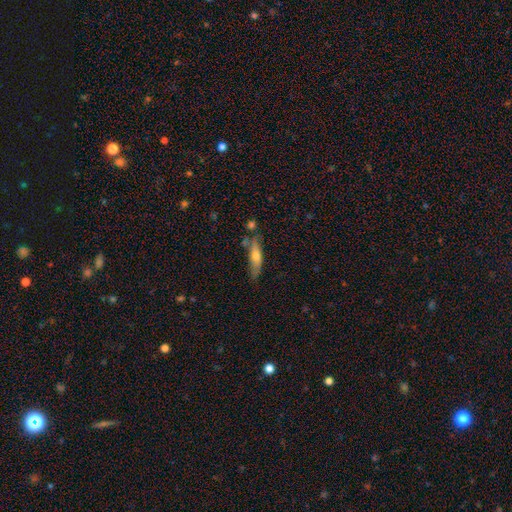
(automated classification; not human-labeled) smooth 50%, featured or disk 43%, star or artifact 7%. Down the decision tree: how rounded — cigar-shaped (74%); merging — none (64%).